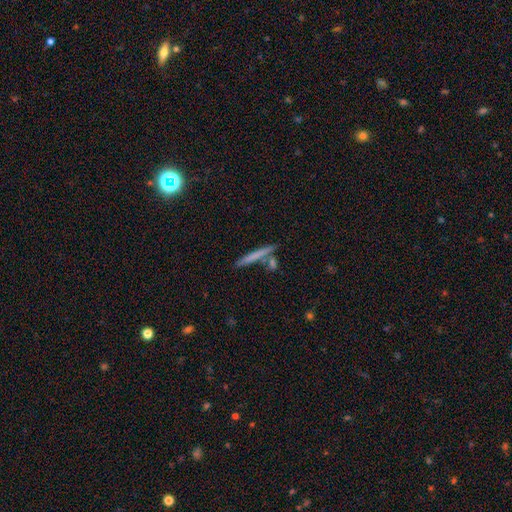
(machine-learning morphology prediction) smooth_or_featured: smooth (p=0.65) [alt: featured or disk p=0.28]
how_rounded: cigar-shaped (p=0.94) [alt: in between p=0.04]
merging: none (p=0.76) [alt: merger p=0.12]